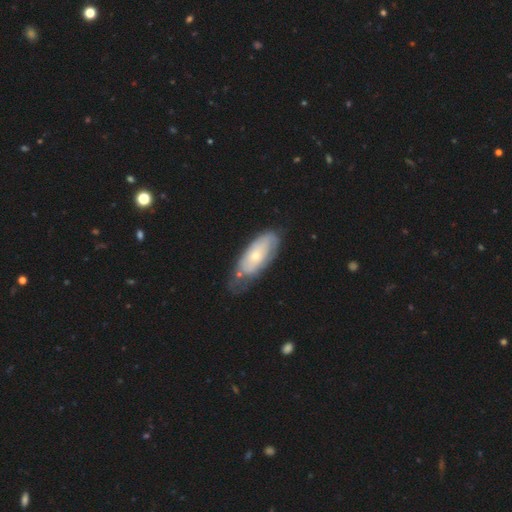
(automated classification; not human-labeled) featured or disk 52%, smooth 42%, star or artifact 5%. Down the decision tree: edge-on disk — no (87%); merging — none (44%).